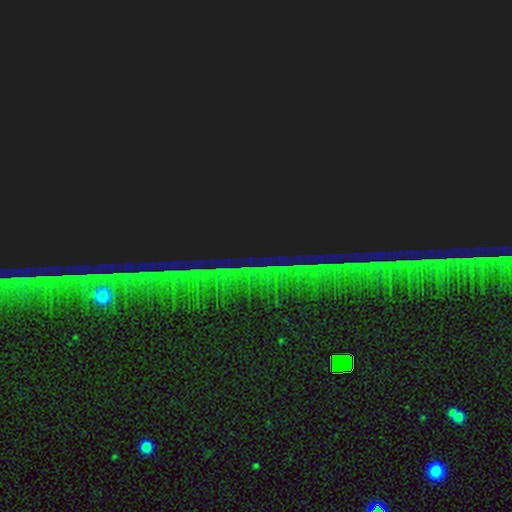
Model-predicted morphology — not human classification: Smooth or featured: star or artifact — 86% (featured or disk — 7%)